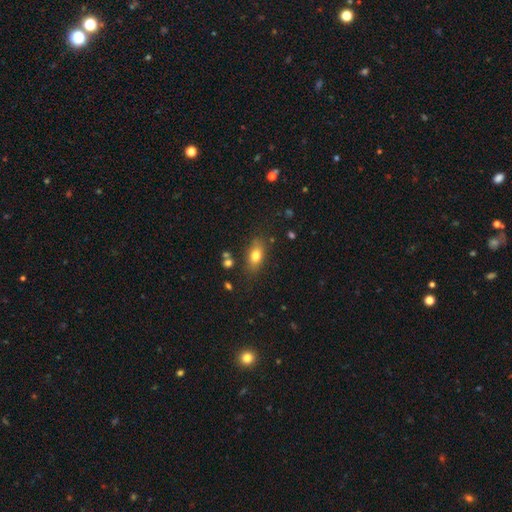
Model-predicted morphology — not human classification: Q: Smooth or featured?
A: smooth (76%); runner-up: featured or disk (14%)
Q: How rounded?
A: in between (80%); runner-up: round (11%)
Q: Merging?
A: none (79%); runner-up: minor disturbance (14%)